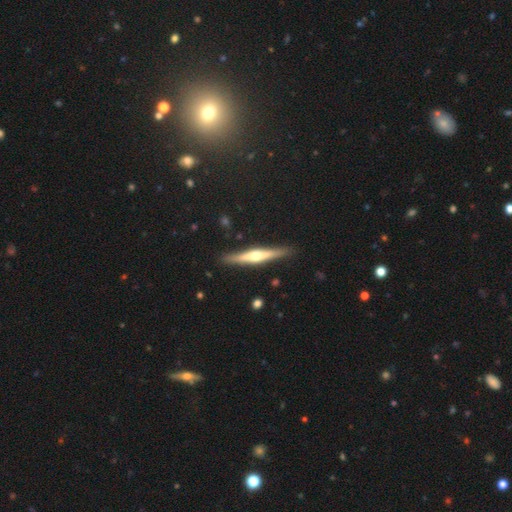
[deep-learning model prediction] Smooth or featured? featured or disk (69%)
Edge-on disk? yes (97%)
Edge-on bulge? rounded (88%)
Merging? none (90%)